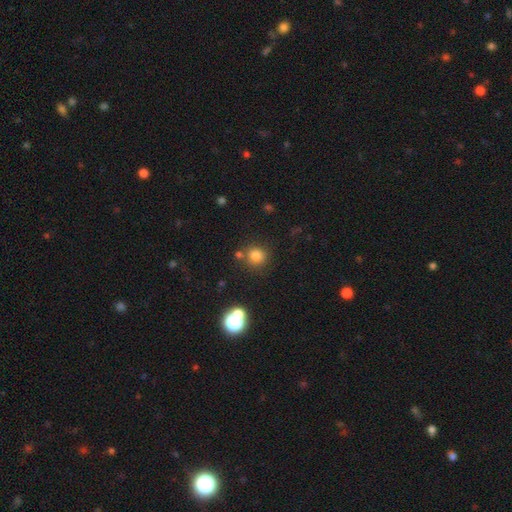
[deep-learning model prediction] This is likely a smooth galaxy (79%). How rounded: clearly round (90%). Merging: likely none (77%).